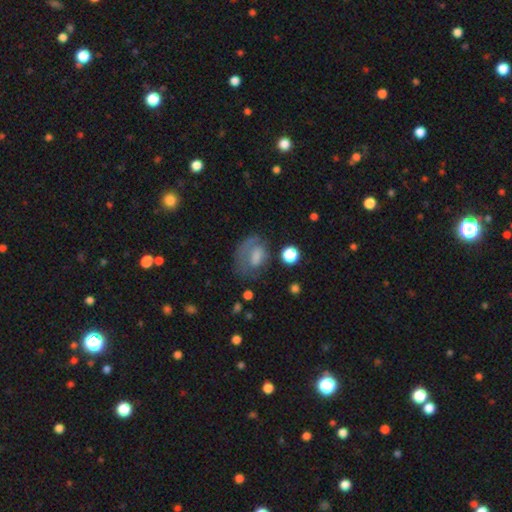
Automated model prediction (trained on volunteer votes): smooth 46%, featured or disk 38%, star or artifact 16%. Down the decision tree: merging — none (48%).